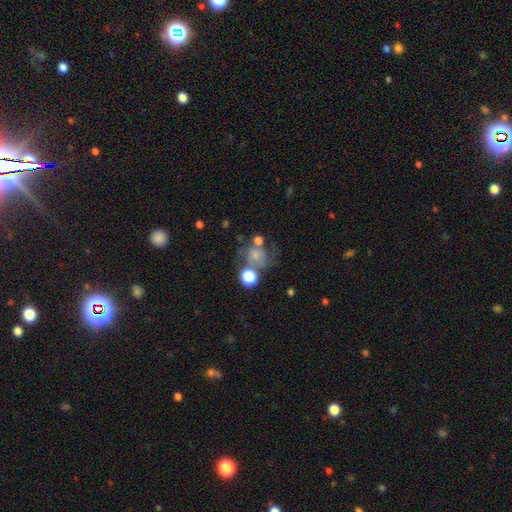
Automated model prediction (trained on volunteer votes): Q: Smooth or featured?
A: smooth (55%); runner-up: featured or disk (29%)
Q: How rounded?
A: round (72%); runner-up: in between (27%)
Q: Merging?
A: none (37%); runner-up: merger (26%)